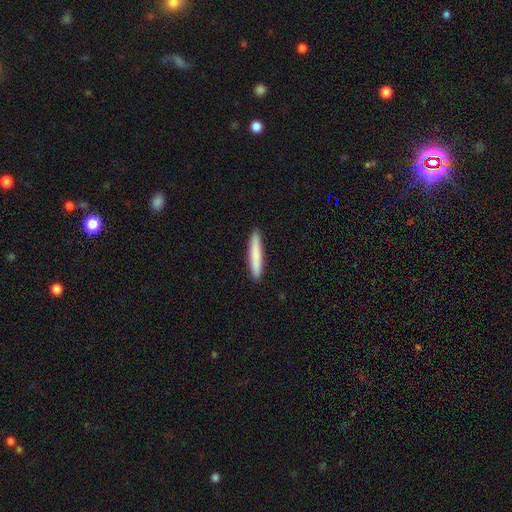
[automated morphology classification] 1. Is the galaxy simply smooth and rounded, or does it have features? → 80% smooth, 15% featured or disk, 5% star or artifact.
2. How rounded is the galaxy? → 95% cigar-shaped, 4% in between, 1% round.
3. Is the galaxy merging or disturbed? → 92% none, 6% minor disturbance, 1% major disturbance, 1% merger.